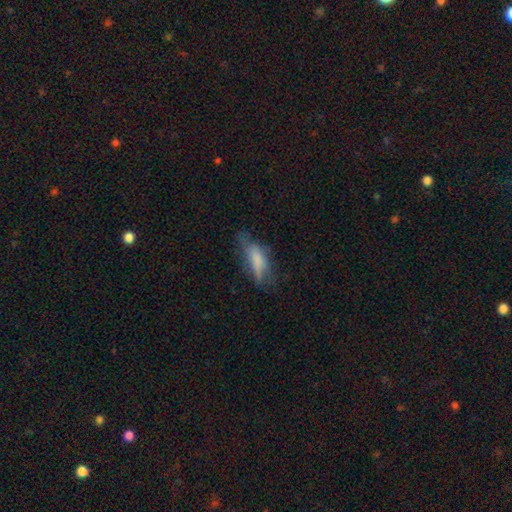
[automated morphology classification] This appears to be a smooth galaxy with no disk features (62%) that is in between round and cigar-shaped (57%). Merging: none (44%).